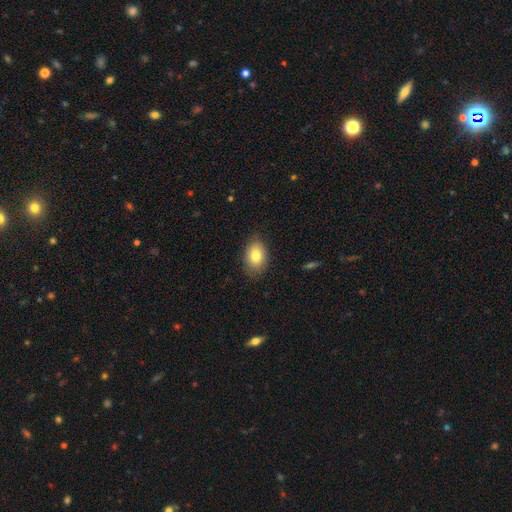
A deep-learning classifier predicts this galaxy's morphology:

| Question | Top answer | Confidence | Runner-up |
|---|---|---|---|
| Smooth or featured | smooth | 81% | featured or disk (11%) |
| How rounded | in between | 83% | round (16%) |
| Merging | none | 83% | minor disturbance (13%) |